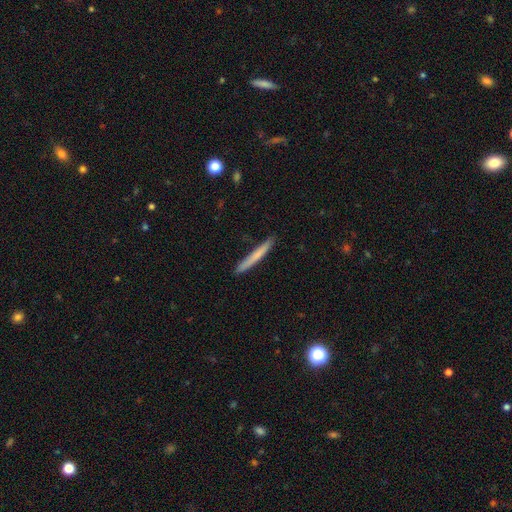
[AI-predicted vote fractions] Morphology: type=smooth (67%); roundness=cigar-shaped (97%); merging=none (89%).